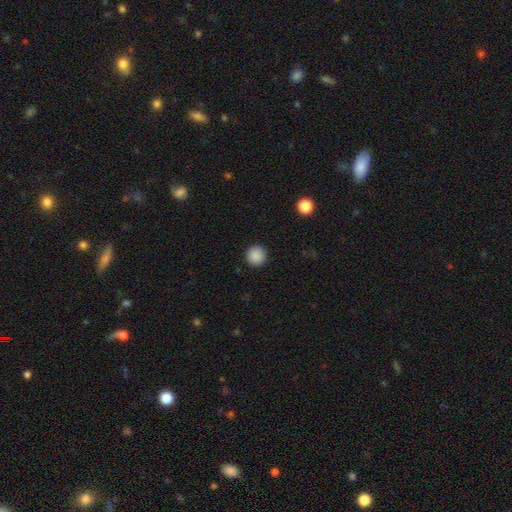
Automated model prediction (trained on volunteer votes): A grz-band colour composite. It shows a smooth galaxy with no disk features (89%) that is round (94%). Merging: none (93%).